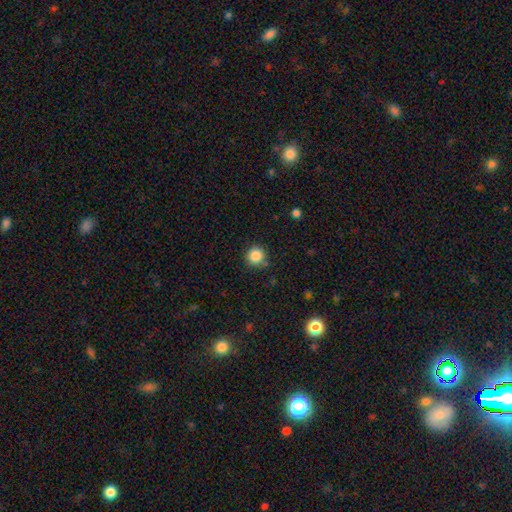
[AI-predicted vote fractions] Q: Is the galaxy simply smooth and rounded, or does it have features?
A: smooth — 86%.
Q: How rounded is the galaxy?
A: round — 94%.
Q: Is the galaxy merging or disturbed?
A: none — 86%.